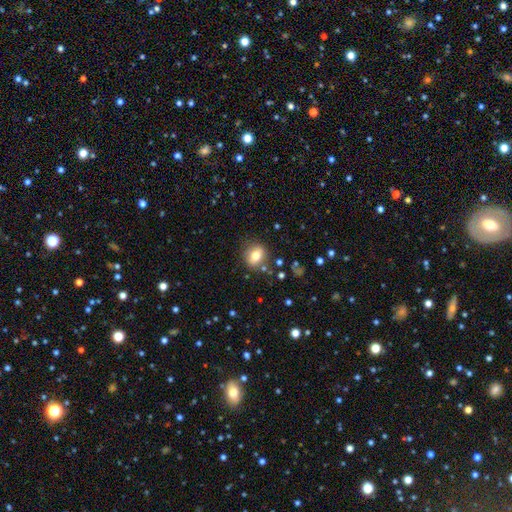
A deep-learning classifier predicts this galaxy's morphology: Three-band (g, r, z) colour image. It shows a smooth galaxy with no disk features (73%) that is round (50%). Merging: none (80%).